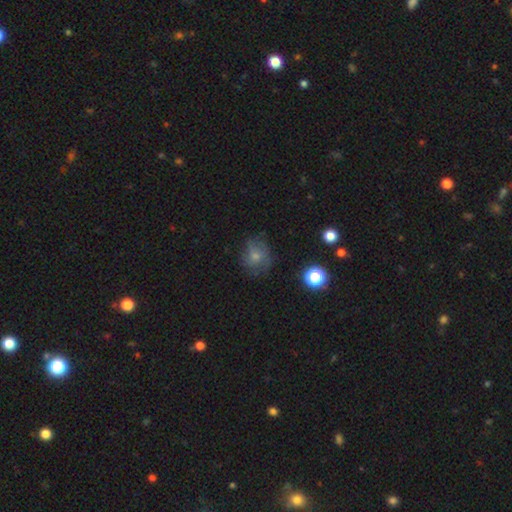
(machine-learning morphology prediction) smooth_or_featured: smooth (p=0.57) [alt: featured or disk p=0.27]
how_rounded: round (p=0.69) [alt: in between p=0.30]
merging: none (p=0.58) [alt: minor disturbance p=0.24]